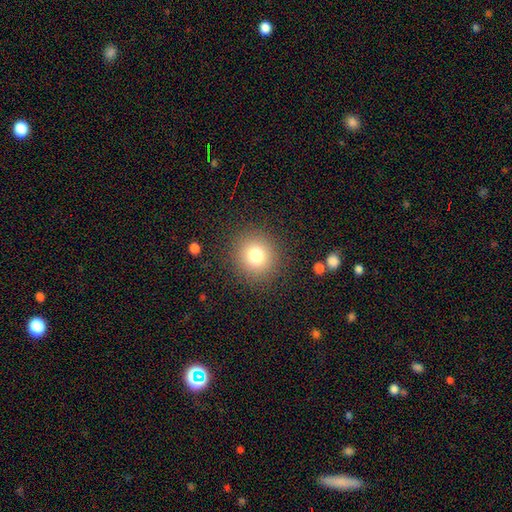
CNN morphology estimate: Smooth or featured? smooth (77%)
How rounded? round (92%)
Merging? none (89%)